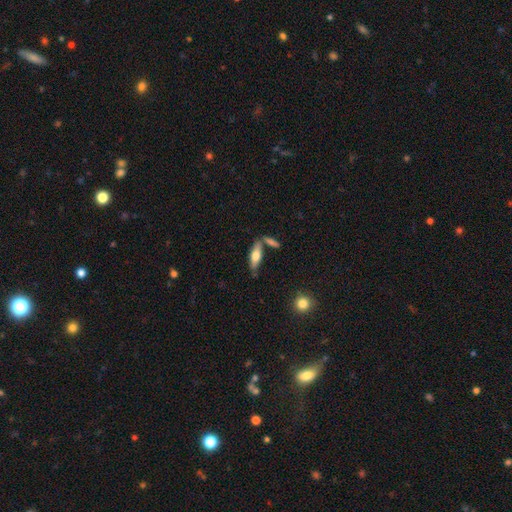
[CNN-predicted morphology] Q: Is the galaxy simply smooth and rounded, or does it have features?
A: smooth — 62%.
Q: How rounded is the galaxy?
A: in between — 49%.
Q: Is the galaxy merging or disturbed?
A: none — 68%.